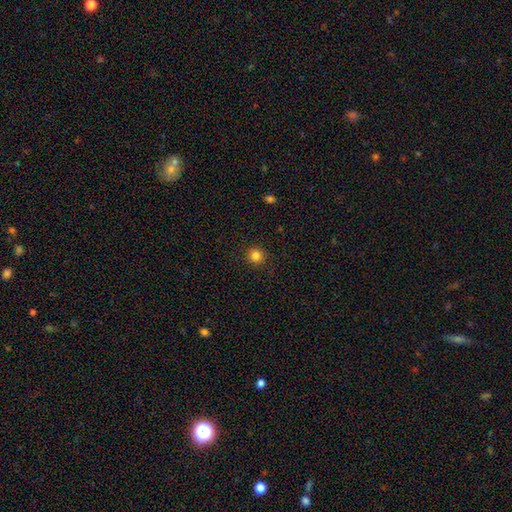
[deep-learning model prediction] smooth-or-featured: smooth: 83% | star or artifact: 12% | featured or disk: 4%
  how-rounded: round: 94% | in between: 5% | cigar-shaped: 1%
  merging: none: 91% | minor disturbance: 6% | major disturbance: 2% | merger: 1%